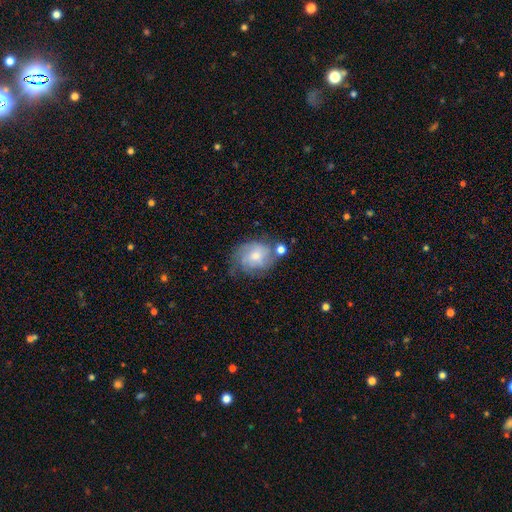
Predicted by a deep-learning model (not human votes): Q: Smooth or featured?
A: featured or disk (54%); runner-up: smooth (37%)
Q: Edge-on disk?
A: no (97%); runner-up: yes (3%)
Q: Bar?
A: no (72%); runner-up: weak (25%)
Q: Spiral arms?
A: yes (78%); runner-up: no (22%)
Q: Bulge size?
A: small (46%); runner-up: moderate (45%)
Q: Merging?
A: none (49%); runner-up: minor disturbance (25%)